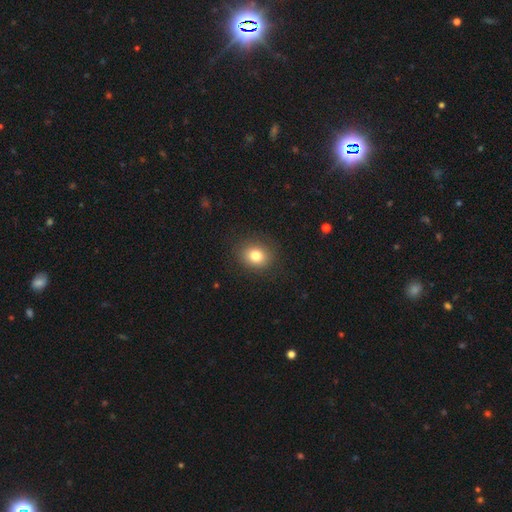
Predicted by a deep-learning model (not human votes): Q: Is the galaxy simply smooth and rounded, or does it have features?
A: smooth — 81%.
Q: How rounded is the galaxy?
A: round — 69%.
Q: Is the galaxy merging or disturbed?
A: none — 87%.